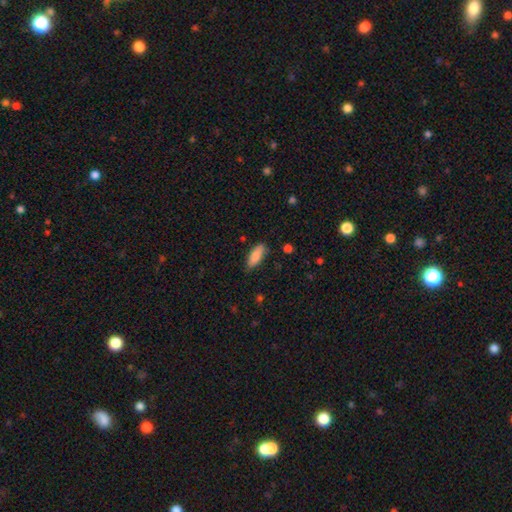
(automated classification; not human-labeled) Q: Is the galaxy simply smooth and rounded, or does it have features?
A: smooth — 84%.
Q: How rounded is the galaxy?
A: in between — 66%.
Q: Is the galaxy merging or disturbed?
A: none — 77%.